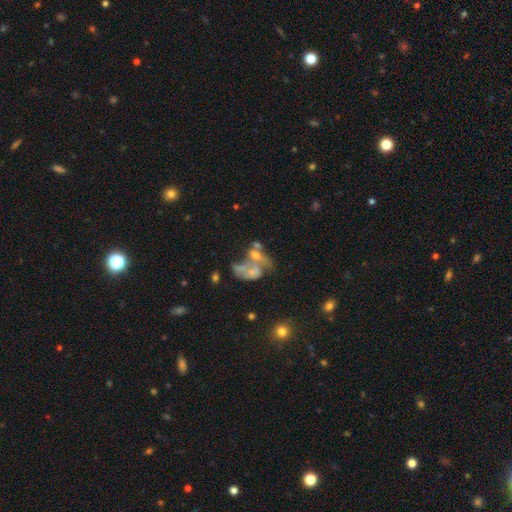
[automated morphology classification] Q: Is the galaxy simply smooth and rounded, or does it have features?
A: featured or disk — 47%.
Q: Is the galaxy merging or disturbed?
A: merger — 47%.